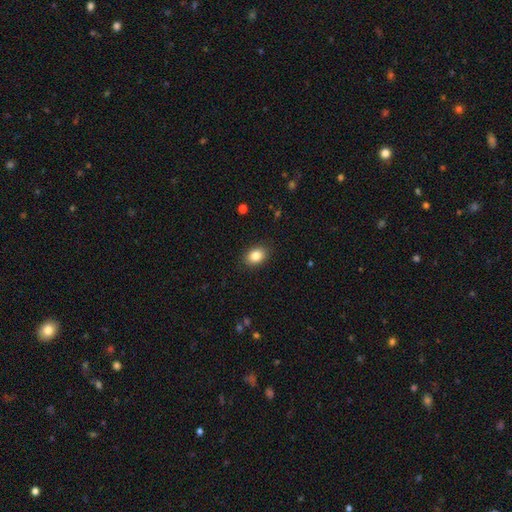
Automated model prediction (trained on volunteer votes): This is clearly a smooth galaxy (85%). How rounded: likely in between (72%). Merging: clearly none (88%).